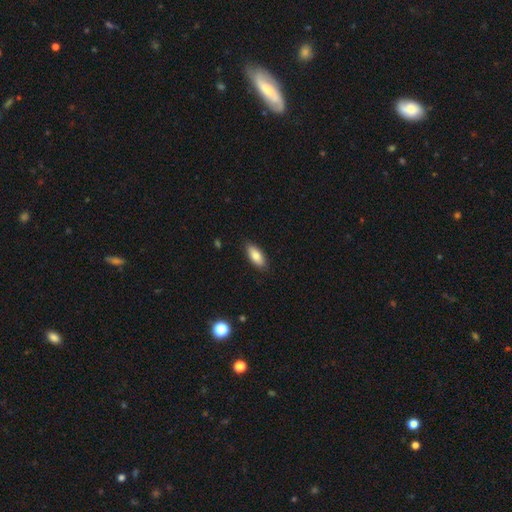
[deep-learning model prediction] The model was most divided on "how rounded": in between: 83%, cigar-shaped: 15%, round: 2%. More confident: merging — none (85%); smooth or featured — smooth (82%).